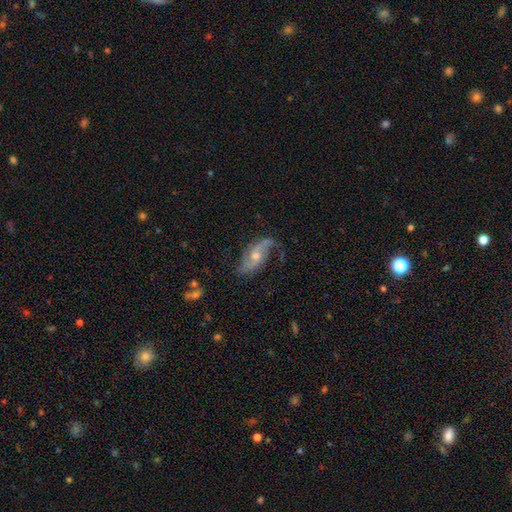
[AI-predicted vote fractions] Smooth or featured? Predicted: featured or disk (p=0.85). Edge-on disk? Predicted: no (p=0.95). Bar? Predicted: no (p=0.57). Spiral arms? Predicted: yes (p=0.95). Spiral winding? Predicted: loose (p=0.58). Spiral arm count? Predicted: 2 (p=0.87). Bulge size? Predicted: moderate (p=0.59). Merging? Predicted: none (p=0.67).